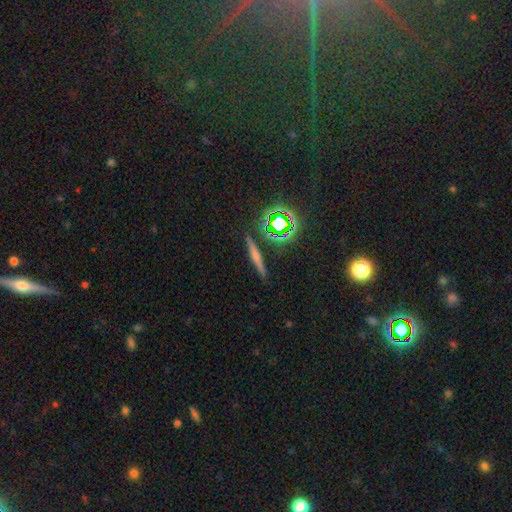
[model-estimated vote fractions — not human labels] The model was most divided on "smooth or featured": smooth: 44%, featured or disk: 37%, star or artifact: 18%. More confident: merging — none (86%).